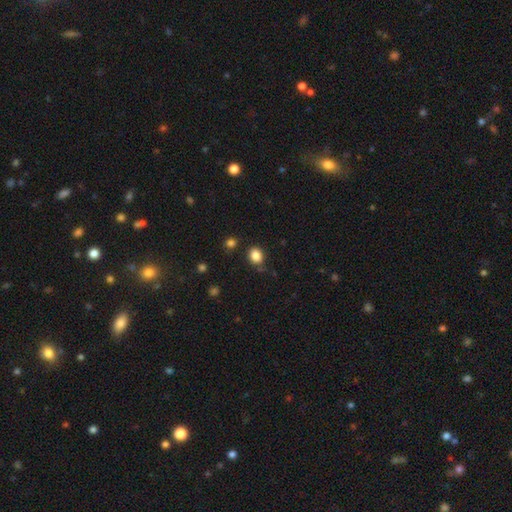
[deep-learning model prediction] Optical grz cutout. It shows a smooth galaxy with no disk features (85%) that is round (56%). Merging: none (81%).